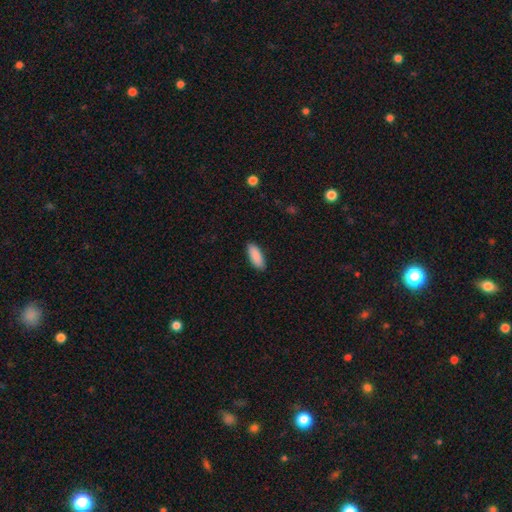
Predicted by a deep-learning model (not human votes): smooth 90%, star or artifact 6%, featured or disk 4%. Down the decision tree: how rounded — in between (73%); merging — none (89%).